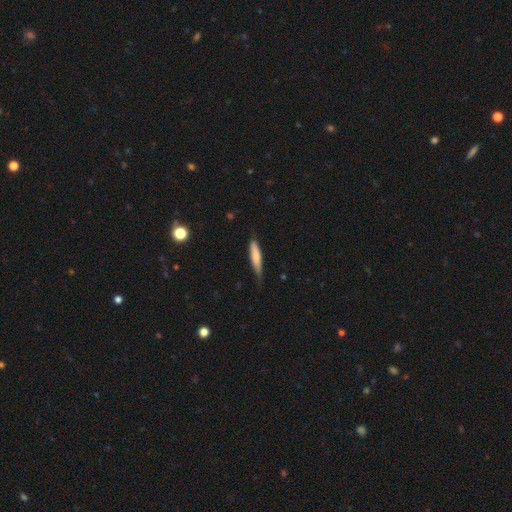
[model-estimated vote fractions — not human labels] Smooth or featured? Predicted: smooth (p=0.77). How rounded? Predicted: cigar-shaped (p=0.83). Merging? Predicted: none (p=0.65).